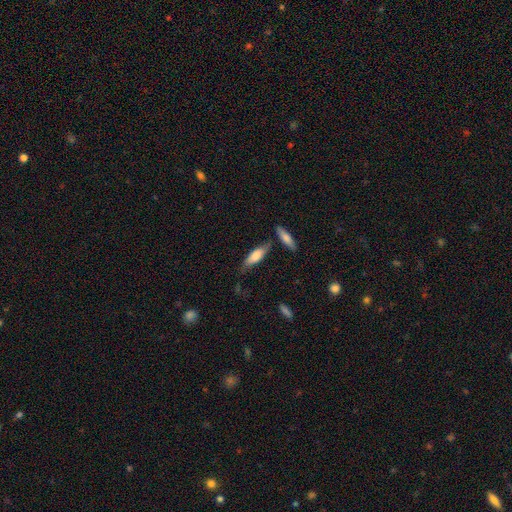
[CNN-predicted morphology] Overall: smooth (69%). How rounded: in between (51%; cigar-shaped 47%). Merging: none (62%; minor disturbance 23%).